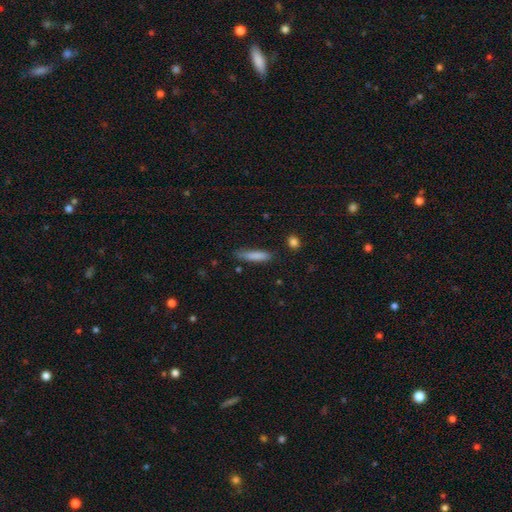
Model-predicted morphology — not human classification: Smooth or featured? smooth (83%)
How rounded? cigar-shaped (80%)
Merging? none (72%)